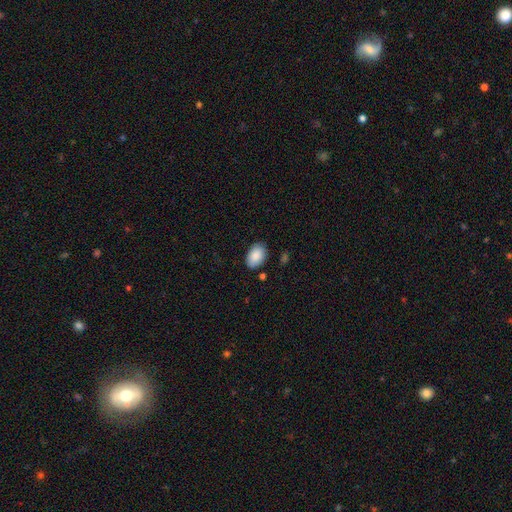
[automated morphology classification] This is clearly a smooth galaxy (88%). How rounded: clearly in between (88%). Merging: clearly none (81%).